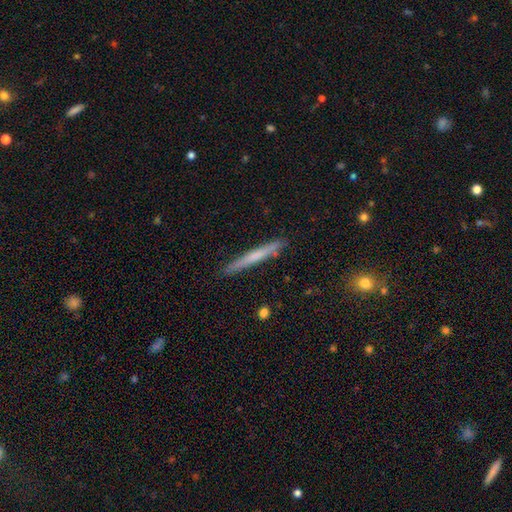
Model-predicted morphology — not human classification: A smooth galaxy with no disk features (53%) that is cigar-shaped (96%). Merging: none (89%).